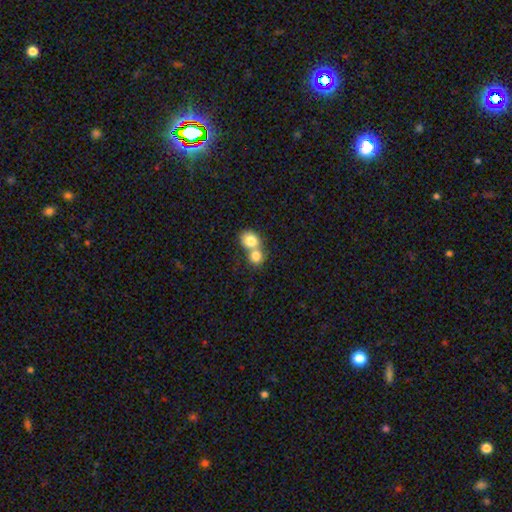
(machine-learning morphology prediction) A smooth galaxy with no disk features (79%) that is round (74%).

Vote fractions:
- Smooth or featured? smooth: 79% / featured or disk: 12% / star or artifact: 9%
- How rounded? round: 74% / in between: 25% / cigar-shaped: 1%
- Merging? merger: 66% / none: 27% / minor disturbance: 4% / major disturbance: 2%